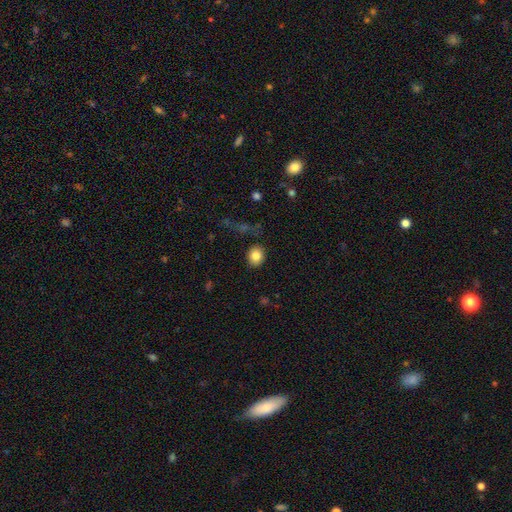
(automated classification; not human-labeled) This appears to be a smooth galaxy with no disk features (84%) that is round (63%). Merging: none (86%).